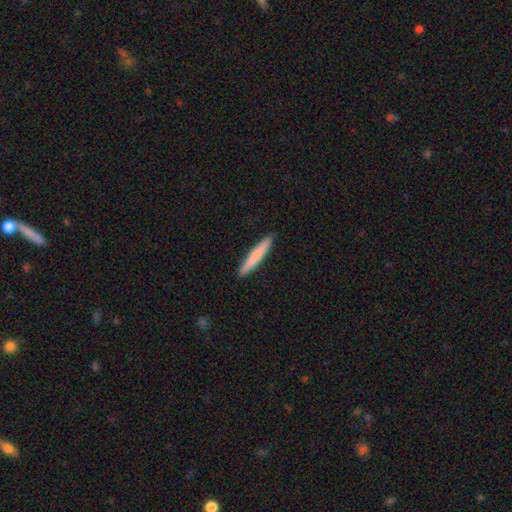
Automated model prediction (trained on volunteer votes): Smooth or featured? smooth (78%)
How rounded? cigar-shaped (95%)
Merging? none (92%)